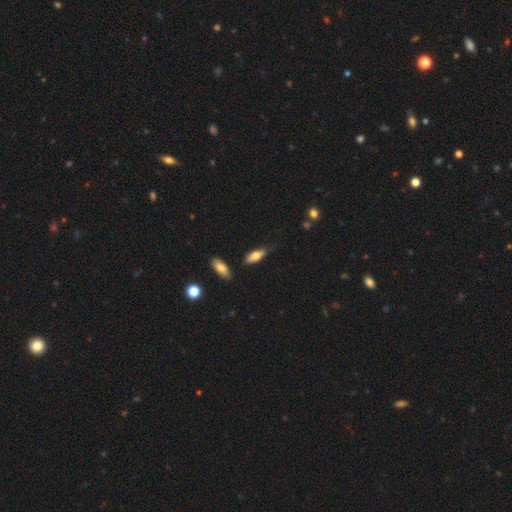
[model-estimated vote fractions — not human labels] A smooth galaxy with no disk features (72%) that is in between round and cigar-shaped (68%).

Vote fractions:
- Smooth or featured? smooth: 72% / featured or disk: 22% / star or artifact: 6%
- How rounded? in between: 68% / cigar-shaped: 29% / round: 3%
- Merging? none: 65% / minor disturbance: 26% / major disturbance: 5% / merger: 4%